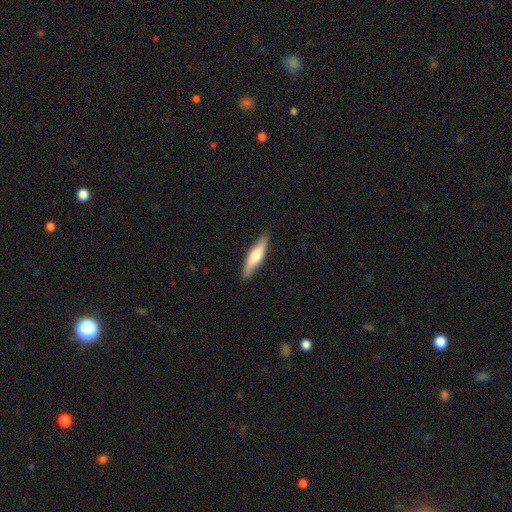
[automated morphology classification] type=smooth (60%); roundness=cigar-shaped (77%); merging=none (87%).